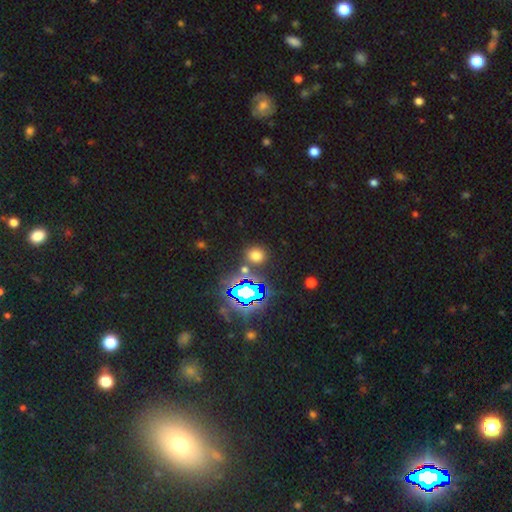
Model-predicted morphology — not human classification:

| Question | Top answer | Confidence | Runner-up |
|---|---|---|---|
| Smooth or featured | smooth | 59% | star or artifact (35%) |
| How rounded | round | 77% | in between (21%) |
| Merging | none | 84% | minor disturbance (7%) |